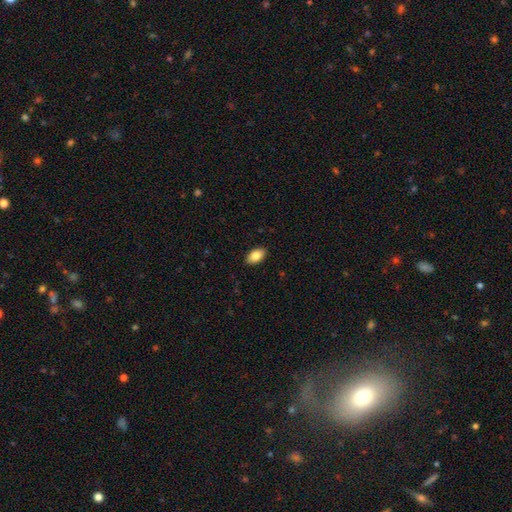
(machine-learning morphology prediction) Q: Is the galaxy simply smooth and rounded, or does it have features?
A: smooth — 84%.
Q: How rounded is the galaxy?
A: in between — 93%.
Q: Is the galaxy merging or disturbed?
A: none — 90%.